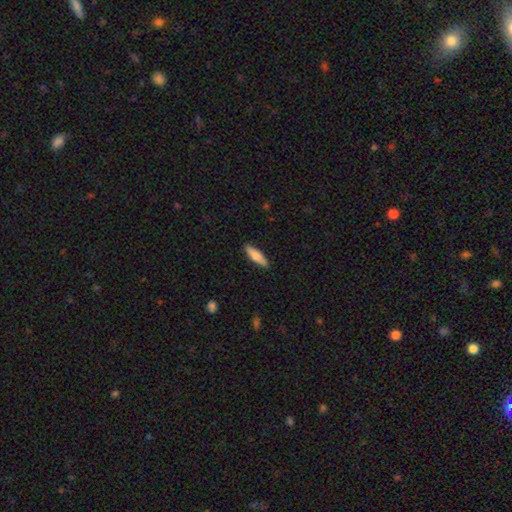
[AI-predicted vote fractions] Q: Smooth or featured?
A: smooth (70%); runner-up: featured or disk (25%)
Q: How rounded?
A: cigar-shaped (66%); runner-up: in between (33%)
Q: Merging?
A: none (88%); runner-up: minor disturbance (9%)